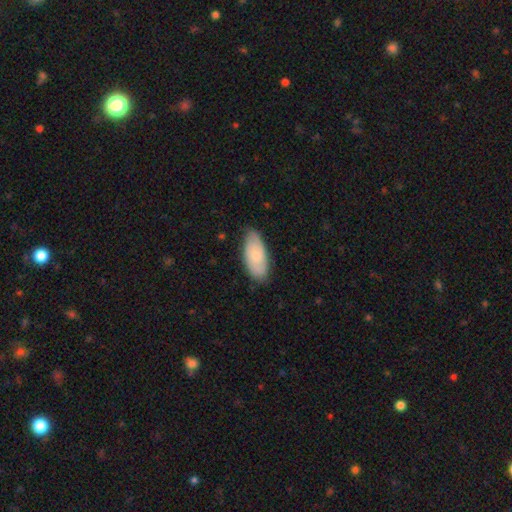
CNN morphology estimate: This is likely a smooth galaxy (66%). How rounded: clearly in between (90%). Merging: likely none (73%).